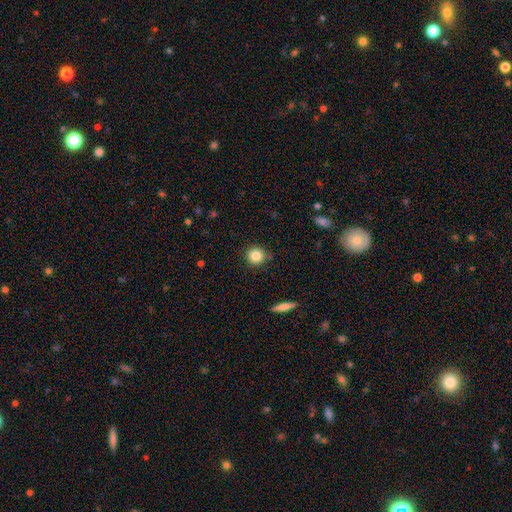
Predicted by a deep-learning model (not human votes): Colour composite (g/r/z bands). It shows a smooth galaxy with no disk features (85%) that is round (92%). Merging: none (87%).